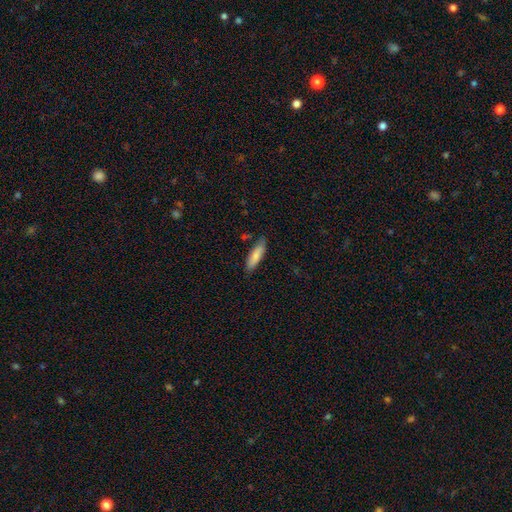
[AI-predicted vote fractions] smooth 80%, featured or disk 14%, star or artifact 6%. Down the decision tree: how rounded — cigar-shaped (63%); merging — none (81%).